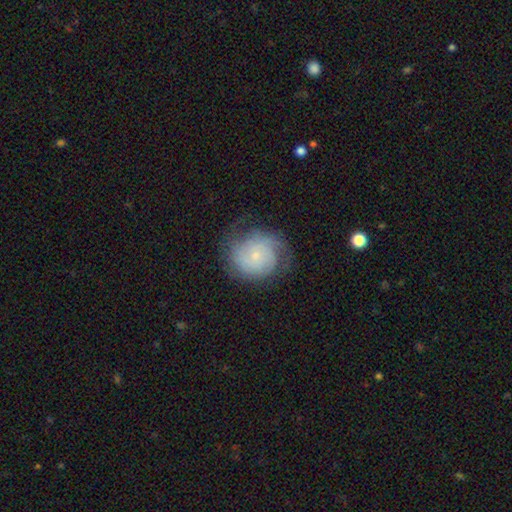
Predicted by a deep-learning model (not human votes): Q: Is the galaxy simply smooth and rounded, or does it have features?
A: featured or disk — 62%.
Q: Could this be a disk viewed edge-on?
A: no — 98%.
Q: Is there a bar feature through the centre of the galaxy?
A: no — 80%.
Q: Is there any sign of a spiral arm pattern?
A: yes — 90%.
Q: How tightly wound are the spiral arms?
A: tight — 60%.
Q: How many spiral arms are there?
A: can't tell — 35%.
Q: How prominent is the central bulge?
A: small — 79%.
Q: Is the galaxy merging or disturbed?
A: none — 67%.